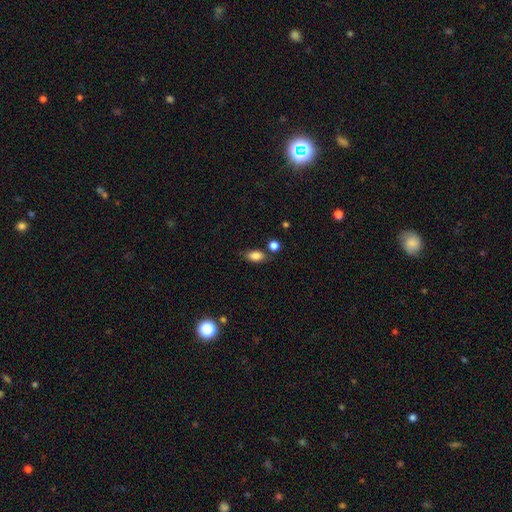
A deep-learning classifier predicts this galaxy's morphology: Smooth or featured?
  - smooth: 83% *
  - star or artifact: 9%
  - featured or disk: 8%
How rounded?
  - in between: 87% *
  - round: 9%
  - cigar-shaped: 4%
Merging?
  - none: 71% *
  - minor disturbance: 16%
  - merger: 9%
  - major disturbance: 4%